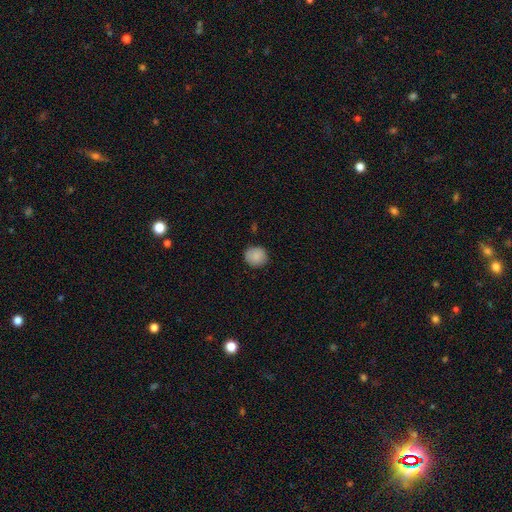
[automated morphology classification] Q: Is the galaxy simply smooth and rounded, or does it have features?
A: smooth — 88%.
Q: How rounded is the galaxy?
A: round — 87%.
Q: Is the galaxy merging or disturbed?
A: none — 88%.